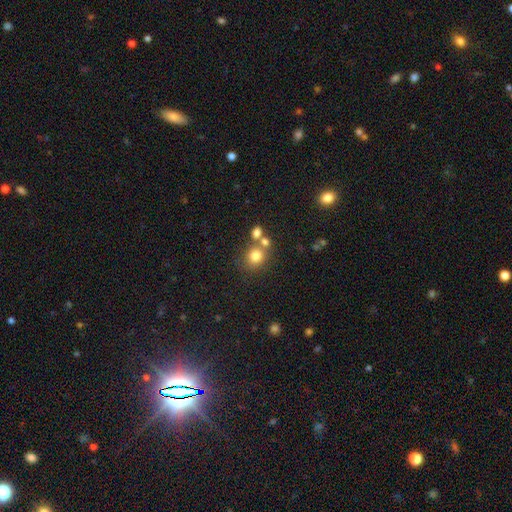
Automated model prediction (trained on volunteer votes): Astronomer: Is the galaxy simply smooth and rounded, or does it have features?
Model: smooth — 77%.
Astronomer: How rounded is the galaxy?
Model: round — 77%.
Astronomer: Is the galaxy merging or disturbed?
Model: none — 57%.